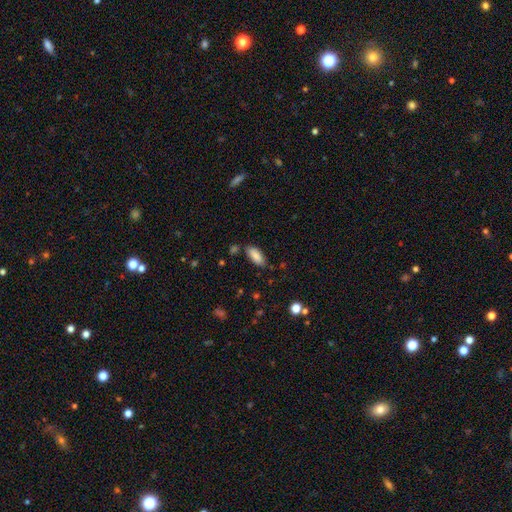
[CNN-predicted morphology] A smooth galaxy with no disk features (85%) that is in between round and cigar-shaped (85%).

Vote fractions:
- Smooth or featured? smooth: 85% / featured or disk: 8% / star or artifact: 7%
- How rounded? in between: 85% / cigar-shaped: 14% / round: 2%
- Merging? none: 77% / minor disturbance: 15% / merger: 5% / major disturbance: 3%